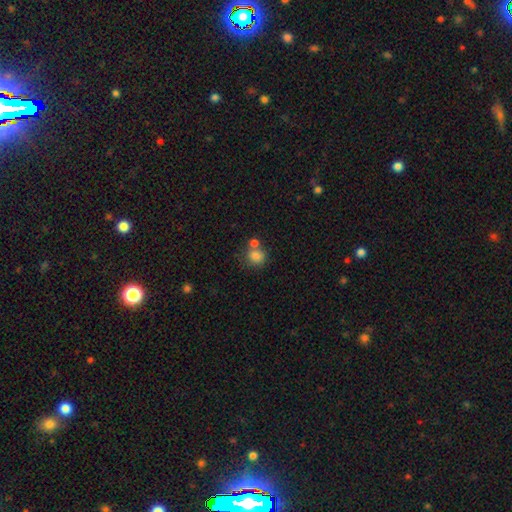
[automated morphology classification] Smooth or featured? smooth (82%)
How rounded? round (79%)
Merging? none (57%)